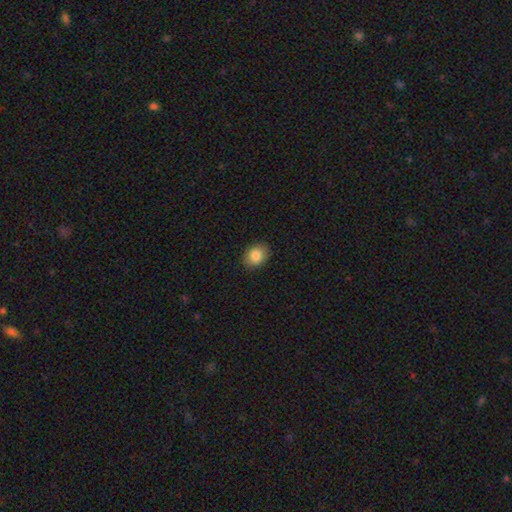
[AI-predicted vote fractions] Smooth or featured? Predicted: smooth (p=0.85). How rounded? Predicted: in between (p=0.63). Merging? Predicted: none (p=0.89).